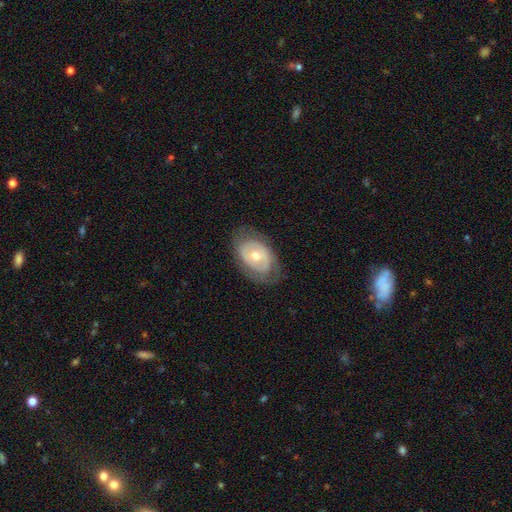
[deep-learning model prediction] A featured or disk galaxy (63%) with no bar (73%), no spiral arms (57%) and a moderate central bulge (59%). Merging: none (73%).